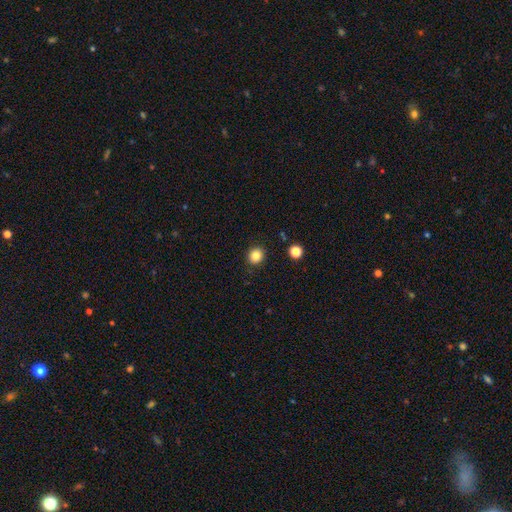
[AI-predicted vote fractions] Overall: smooth (84%). How rounded: round (87%). Merging: none (91%).